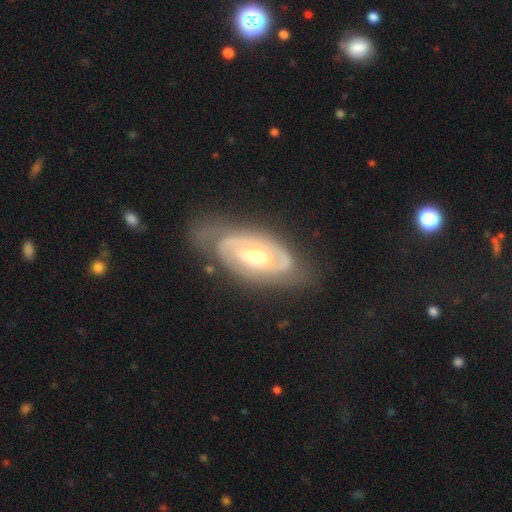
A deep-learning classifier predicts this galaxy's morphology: Q: Smooth or featured?
A: featured or disk (85%); runner-up: smooth (11%)
Q: Edge-on disk?
A: no (94%); runner-up: yes (6%)
Q: Bar?
A: no (50%); runner-up: weak (36%)
Q: Spiral arms?
A: yes (90%); runner-up: no (10%)
Q: Spiral winding?
A: tight (62%); runner-up: medium (30%)
Q: Spiral arm count?
A: 2 (68%); runner-up: can't tell (17%)
Q: Bulge size?
A: moderate (67%); runner-up: small (19%)
Q: Merging?
A: none (70%); runner-up: minor disturbance (19%)